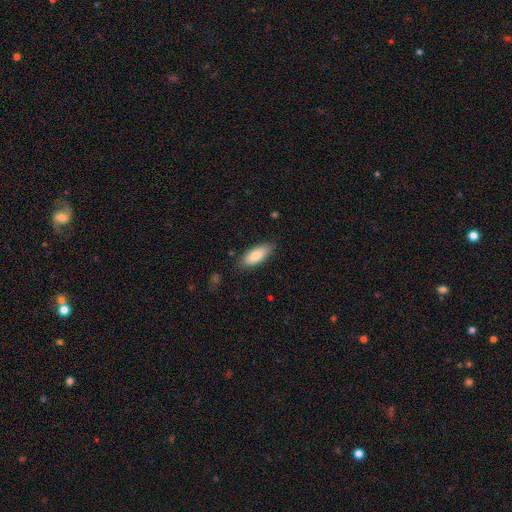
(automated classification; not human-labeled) A smooth galaxy with no disk features (84%) that is in between round and cigar-shaped (80%). Merging: none (82%).